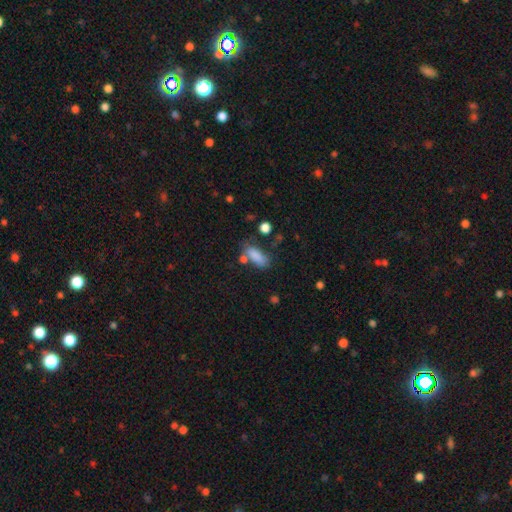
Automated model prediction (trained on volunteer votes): Q: Smooth or featured?
A: smooth (83%); runner-up: star or artifact (9%)
Q: How rounded?
A: in between (79%); runner-up: cigar-shaped (17%)
Q: Merging?
A: none (52%); runner-up: minor disturbance (22%)